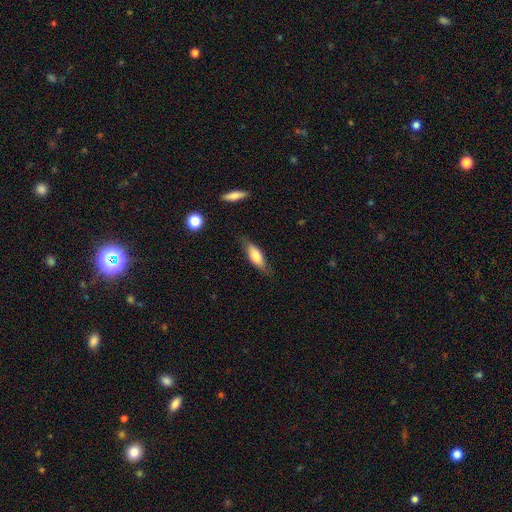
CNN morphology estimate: A smooth galaxy with no disk features (70%) that is in between round and cigar-shaped (57%).

Vote fractions:
- Smooth or featured? smooth: 70% / featured or disk: 24% / star or artifact: 6%
- How rounded? in between: 57% / cigar-shaped: 40% / round: 2%
- Merging? none: 75% / minor disturbance: 19% / major disturbance: 4% / merger: 2%